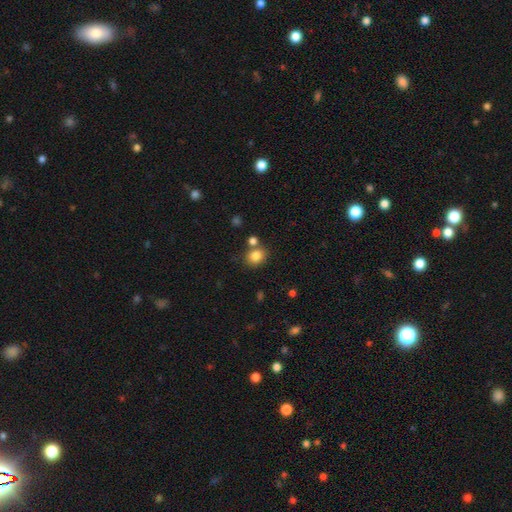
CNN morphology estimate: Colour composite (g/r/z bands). It shows a smooth galaxy with no disk features (83%) that is round (67%). Merging: none (69%).